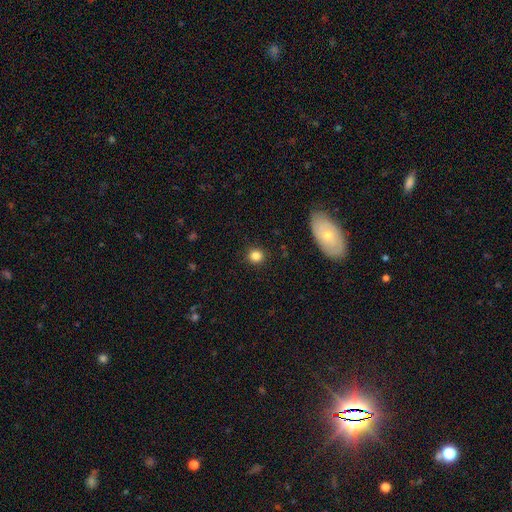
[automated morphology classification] smooth 84%, star or artifact 11%, featured or disk 5%. Down the decision tree: how rounded — round (89%); merging — none (91%).